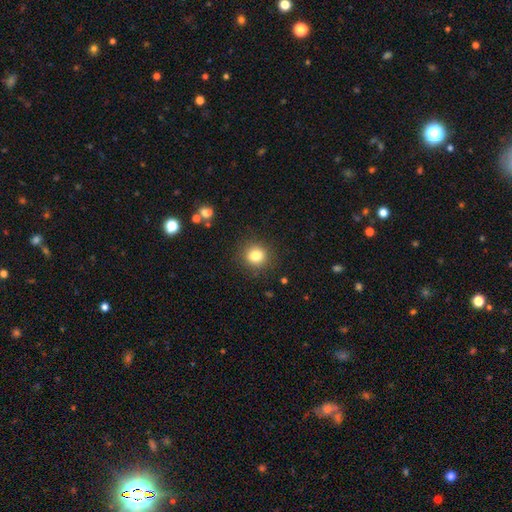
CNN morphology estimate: Q: Smooth or featured?
A: smooth (82%); runner-up: star or artifact (12%)
Q: How rounded?
A: round (87%); runner-up: in between (12%)
Q: Merging?
A: none (88%); runner-up: minor disturbance (8%)